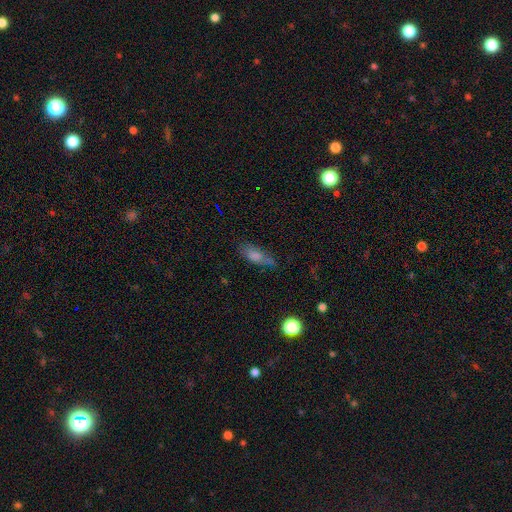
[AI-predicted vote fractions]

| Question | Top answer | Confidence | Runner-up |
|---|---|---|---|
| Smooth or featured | smooth | 73% | featured or disk (16%) |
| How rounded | in between | 67% | cigar-shaped (30%) |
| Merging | none | 53% | minor disturbance (32%) |